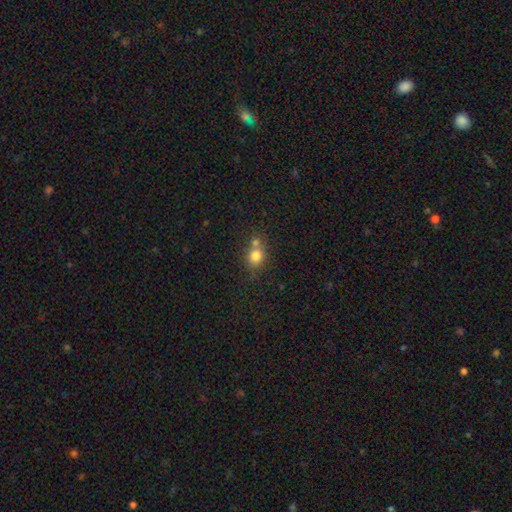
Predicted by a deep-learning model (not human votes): smooth-or-featured: smooth: 79% | star or artifact: 11% | featured or disk: 9%
  how-rounded: round: 76% | in between: 23% | cigar-shaped: 1%
  merging: none: 49% | merger: 38% | minor disturbance: 10% | major disturbance: 4%